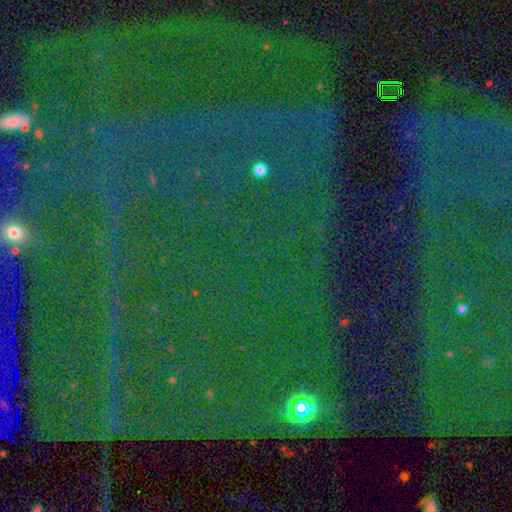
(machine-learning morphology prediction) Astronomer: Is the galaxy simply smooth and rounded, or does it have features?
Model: star or artifact — 85%.